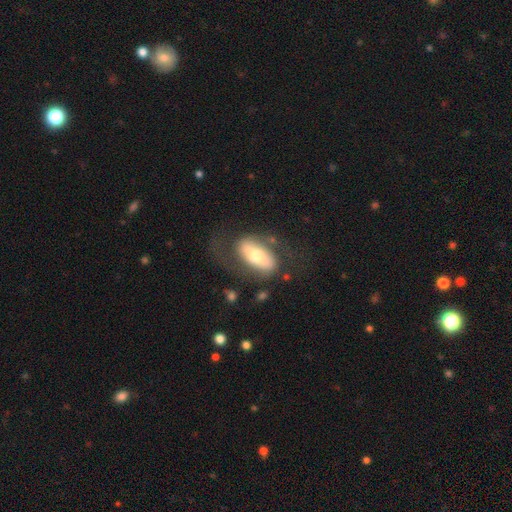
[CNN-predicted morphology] This is possibly a featured or disk galaxy (57%). It is clearly not viewed edge-on (88%). Bar: marginally strong (39%). Spiral arm pattern: likely yes (64%). Central bulge: likely moderate (64%). Merging: possibly none (58%).